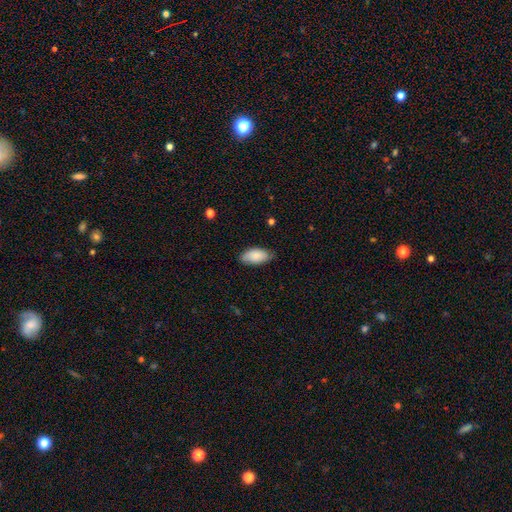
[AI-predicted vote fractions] Q: Smooth or featured?
A: smooth (83%); runner-up: featured or disk (11%)
Q: How rounded?
A: in between (94%); runner-up: cigar-shaped (4%)
Q: Merging?
A: none (76%); runner-up: minor disturbance (20%)